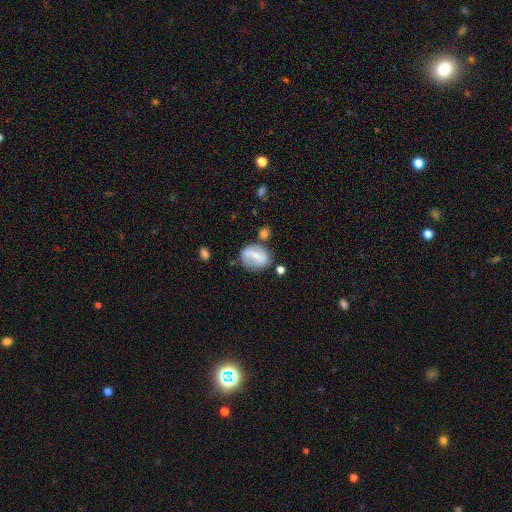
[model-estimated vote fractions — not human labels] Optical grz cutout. It shows a smooth galaxy with no disk features (50%) that is in between round and cigar-shaped (54%). Merging: none (54%).